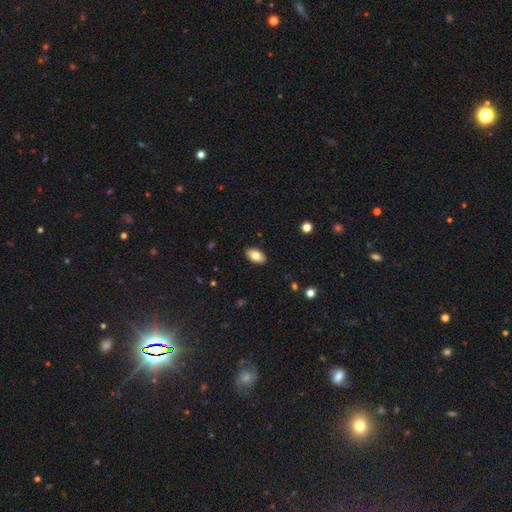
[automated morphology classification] This is likely a smooth galaxy (79%). How rounded: clearly in between (94%). Merging: clearly none (89%).